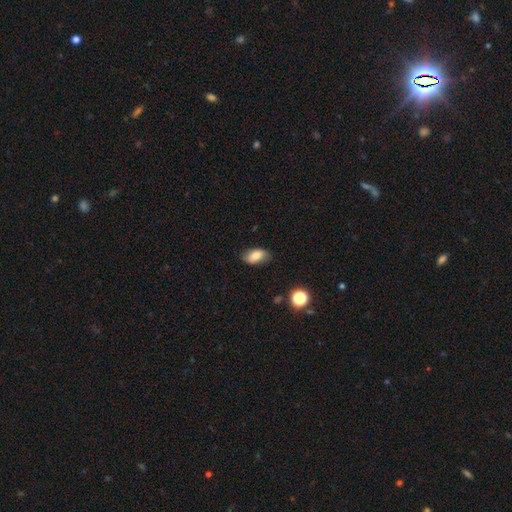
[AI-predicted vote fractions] Smooth or featured? smooth (79%)
How rounded? in between (91%)
Merging? none (79%)